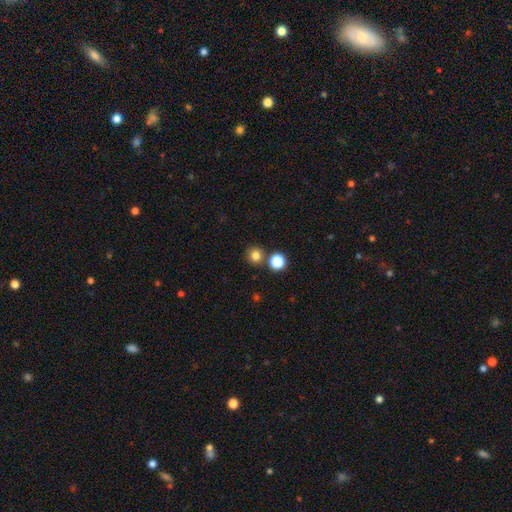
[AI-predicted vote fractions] Q: Smooth or featured?
A: smooth (79%); runner-up: star or artifact (15%)
Q: How rounded?
A: round (93%); runner-up: in between (6%)
Q: Merging?
A: none (78%); runner-up: merger (13%)